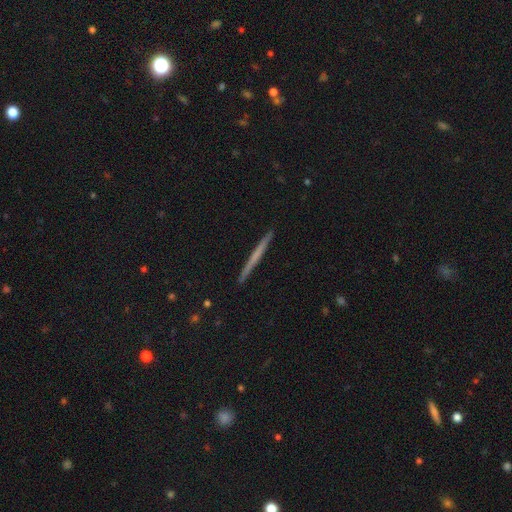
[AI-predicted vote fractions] Morphology: type=featured or disk (51%); edge-on=yes (98%); merging=none (93%).